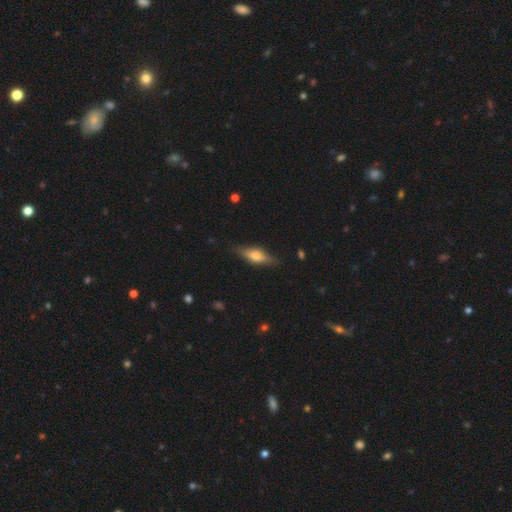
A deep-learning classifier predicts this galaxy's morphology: The model was most divided on "smooth or featured": featured or disk: 50%, smooth: 43%, star or artifact: 7%. More confident: edge-on disk — yes (89%); merging — none (81%).